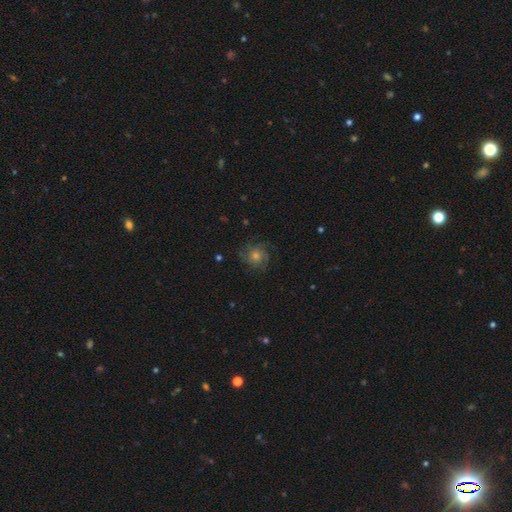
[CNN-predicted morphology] A featured or disk galaxy (58%) with no bar (79%), tight (50%) spiral arms (92%) and a moderate central bulge (58%).

Vote fractions:
- Smooth or featured? featured or disk: 58% / smooth: 23% / star or artifact: 18%
- Edge-on disk? no: 97% / yes: 3%
- Bar? no: 79% / weak: 18% / strong: 3%
- Spiral arms? yes: 92% / no: 8%
- Spiral winding? tight: 50% / medium: 39% / loose: 11%
- Spiral arm count? can't tell: 30% / 3: 29% / 4: 16% / 2: 13% / more than 4: 6% / 1: 6%
- Bulge size? moderate: 58% / small: 29% / large: 9% / none: 3% / dominant: 2%
- Merging? none: 79% / minor disturbance: 13% / major disturbance: 7% / merger: 1%